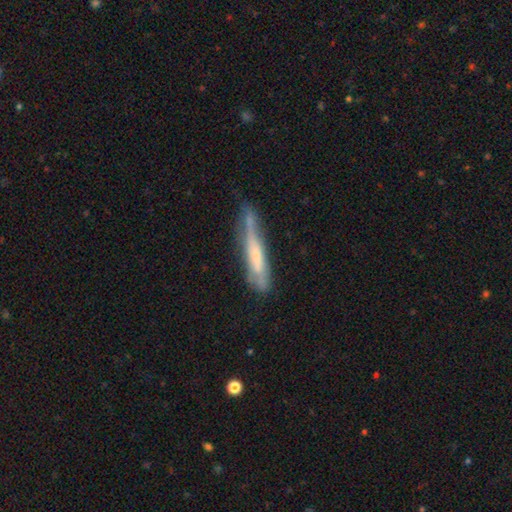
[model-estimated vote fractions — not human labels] Smooth or featured? smooth (47%)
Merging? none (52%)